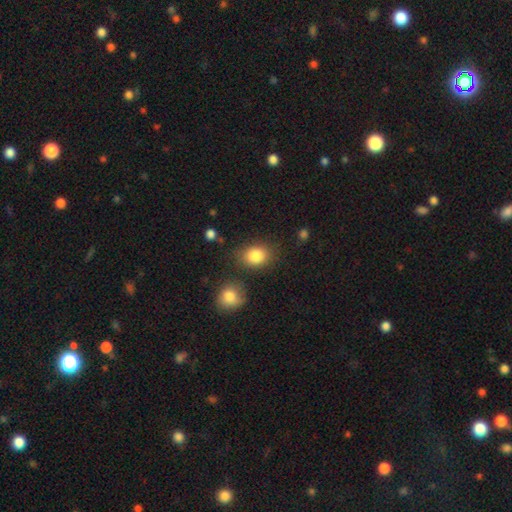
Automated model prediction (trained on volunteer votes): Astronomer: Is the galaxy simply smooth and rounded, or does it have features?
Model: smooth — 85%.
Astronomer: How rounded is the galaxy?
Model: in between — 56% (runner-up: round, 43%).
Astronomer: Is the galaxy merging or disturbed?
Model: none — 76%.